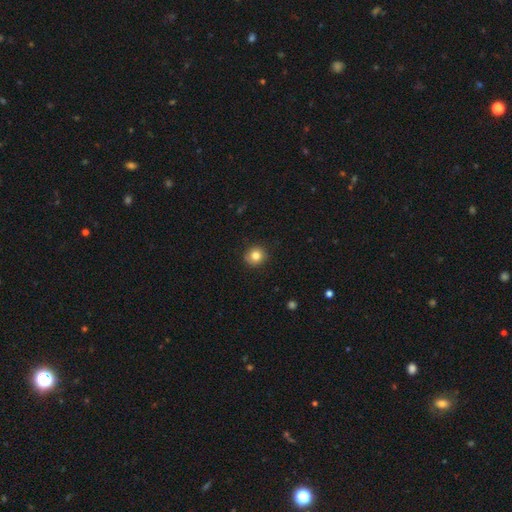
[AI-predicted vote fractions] Overall: smooth (83%). How rounded: round (89%). Merging: none (86%).